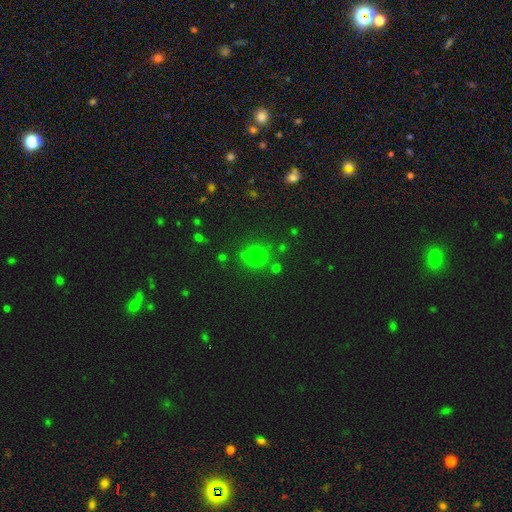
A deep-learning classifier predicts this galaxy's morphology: smooth-or-featured: smooth: 66% | star or artifact: 25% | featured or disk: 9%
  how-rounded: round: 76% | in between: 22% | cigar-shaped: 1%
  merging: none: 64% | minor disturbance: 15% | merger: 14% | major disturbance: 7%